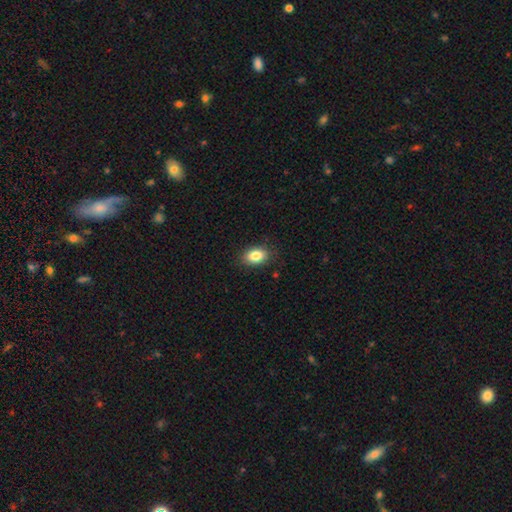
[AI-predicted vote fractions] Q: Smooth or featured?
A: smooth (85%); runner-up: star or artifact (8%)
Q: How rounded?
A: in between (83%); runner-up: round (16%)
Q: Merging?
A: none (86%); runner-up: minor disturbance (11%)